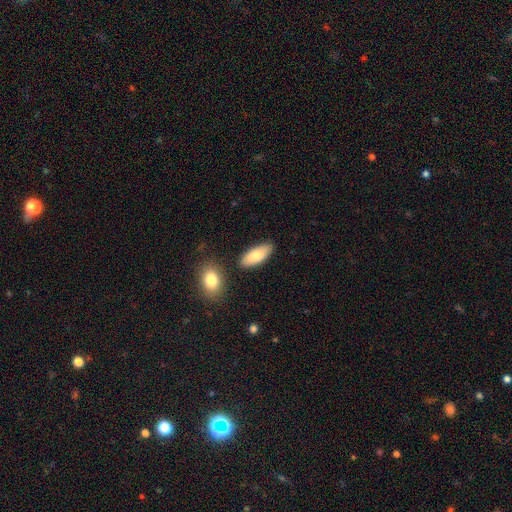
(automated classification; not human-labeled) smooth_or_featured: smooth (p=0.83) [alt: featured or disk p=0.11]
how_rounded: in between (p=0.83) [alt: cigar-shaped p=0.15]
merging: none (p=0.81) [alt: minor disturbance p=0.12]